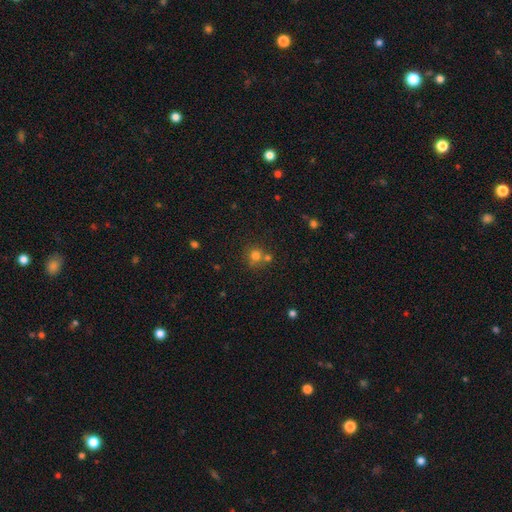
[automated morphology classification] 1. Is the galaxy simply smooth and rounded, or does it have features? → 74% smooth, 17% star or artifact, 9% featured or disk.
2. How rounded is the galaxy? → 89% round, 10% in between, 1% cigar-shaped.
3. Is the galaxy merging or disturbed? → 61% none, 27% merger, 9% minor disturbance, 3% major disturbance.